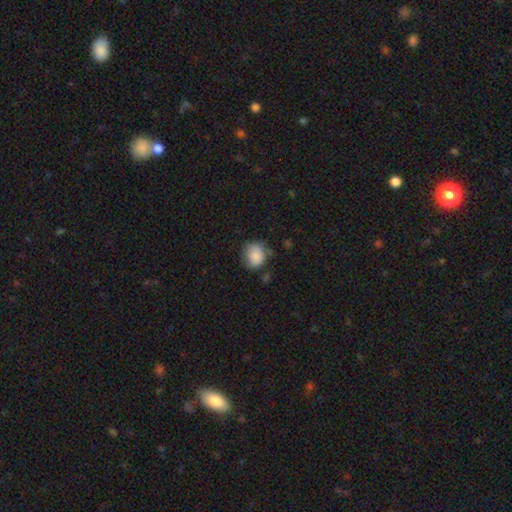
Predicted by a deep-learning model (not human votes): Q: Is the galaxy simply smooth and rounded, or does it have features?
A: smooth — 85%.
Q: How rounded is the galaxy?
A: round — 64%.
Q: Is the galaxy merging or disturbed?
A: none — 65%.